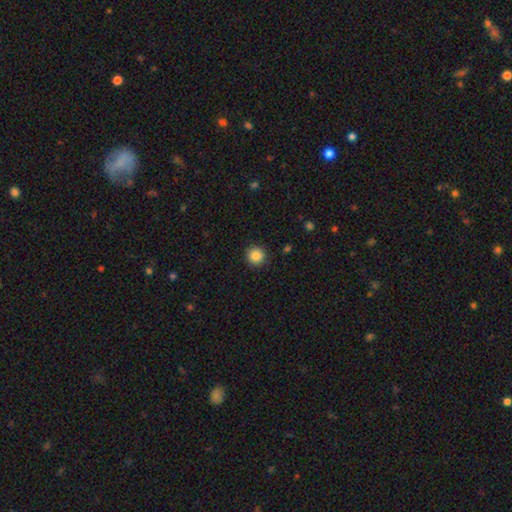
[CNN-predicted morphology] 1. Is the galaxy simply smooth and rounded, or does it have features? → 86% smooth, 10% star or artifact, 4% featured or disk.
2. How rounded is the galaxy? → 94% round, 5% in between, 1% cigar-shaped.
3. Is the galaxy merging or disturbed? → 92% none, 5% minor disturbance, 2% major disturbance, 1% merger.